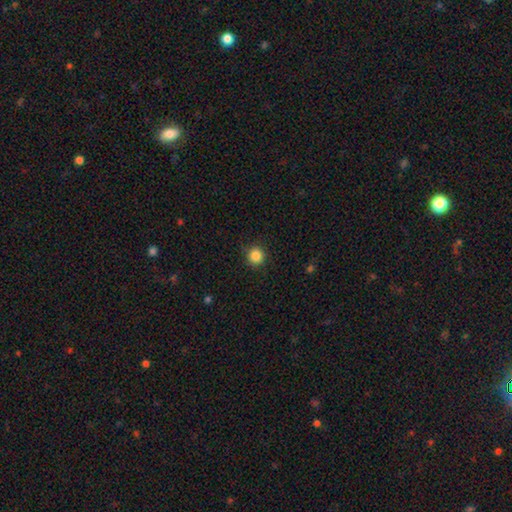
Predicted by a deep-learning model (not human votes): This appears to be a smooth galaxy with no disk features (85%) that is round (94%). Merging: none (88%).